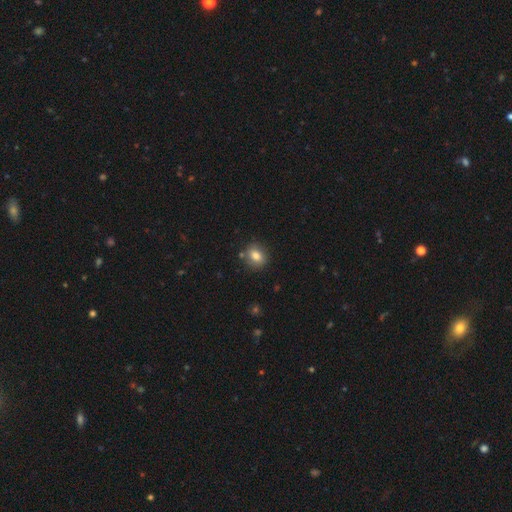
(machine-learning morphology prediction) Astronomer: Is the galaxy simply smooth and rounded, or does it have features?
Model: smooth — 82%.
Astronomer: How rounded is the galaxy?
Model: round — 53% (runner-up: in between, 46%).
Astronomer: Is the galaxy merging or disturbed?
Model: none — 81%.